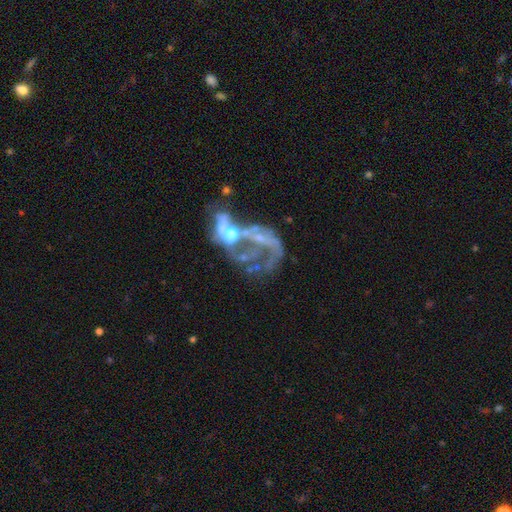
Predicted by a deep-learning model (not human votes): Morphology: type=featured or disk (74%); edge-on=no (97%); bar=no (69%); spiral arms=no (53%); bulge=small (34%); merging=merger (54%).